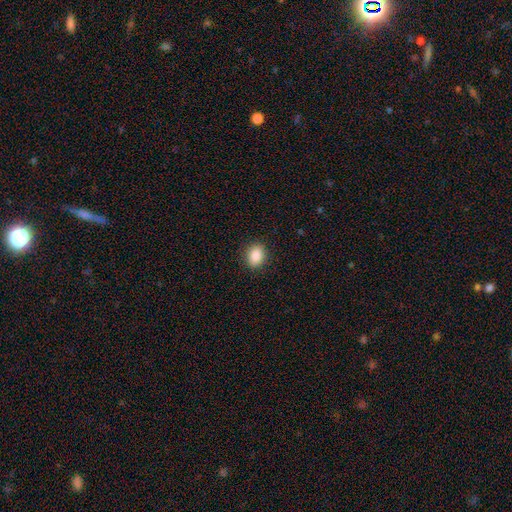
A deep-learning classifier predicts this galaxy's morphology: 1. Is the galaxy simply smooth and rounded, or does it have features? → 88% smooth, 8% star or artifact, 4% featured or disk.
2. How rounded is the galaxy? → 66% in between, 33% round, 1% cigar-shaped.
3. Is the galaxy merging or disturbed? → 89% none, 8% minor disturbance, 2% major disturbance, 1% merger.